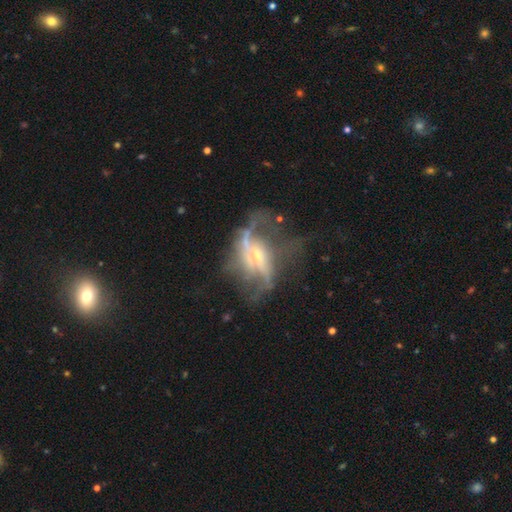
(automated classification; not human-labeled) smooth-or-featured: featured or disk: 81% | smooth: 10% | star or artifact: 9%
  disk-edge-on: no: 80% | yes: 20%
    bar: no: 47% | weak: 30% | strong: 23%
    has-spiral-arms: yes: 73% | no: 27%
    bulge-size: small: 63% | moderate: 28% | none: 4% | large: 3% | dominant: 2%
  merging: none: 41% | major disturbance: 34% | minor disturbance: 19% | merger: 6%